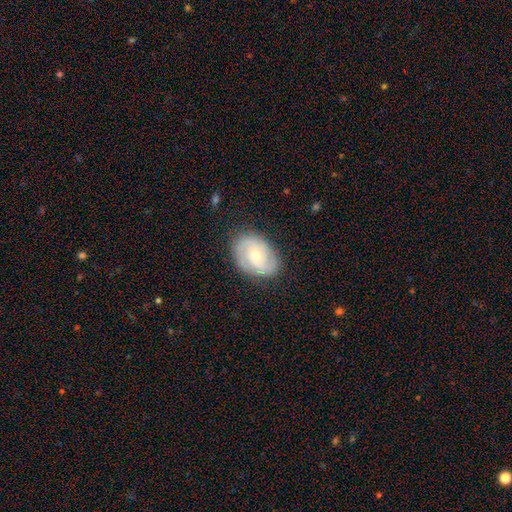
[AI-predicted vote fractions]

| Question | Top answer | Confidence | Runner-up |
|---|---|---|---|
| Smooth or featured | featured or disk | 72% | smooth (22%) |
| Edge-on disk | no | 96% | yes (4%) |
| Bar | no | 59% | weak (34%) |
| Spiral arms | yes | 89% | no (11%) |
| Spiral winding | tight | 53% | medium (36%) |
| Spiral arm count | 2 | 52% | can't tell (22%) |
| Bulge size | moderate | 52% | small (45%) |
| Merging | none | 80% | minor disturbance (15%) |